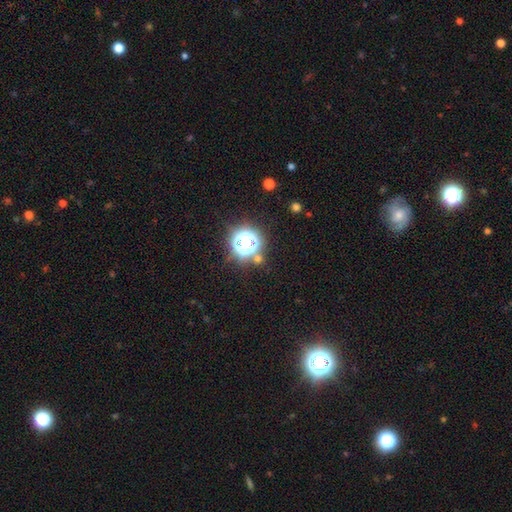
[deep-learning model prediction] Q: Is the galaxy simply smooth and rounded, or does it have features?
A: star or artifact — 69%.